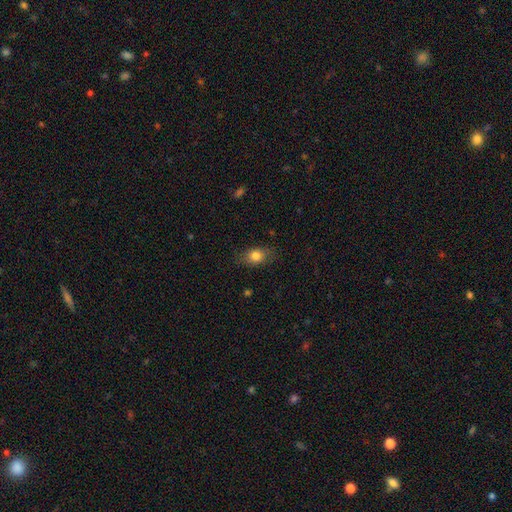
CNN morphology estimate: smooth-or-featured: smooth: 80% | featured or disk: 11% | star or artifact: 9%
  how-rounded: in between: 73% | round: 24% | cigar-shaped: 3%
  merging: none: 80% | minor disturbance: 15% | major disturbance: 4% | merger: 1%